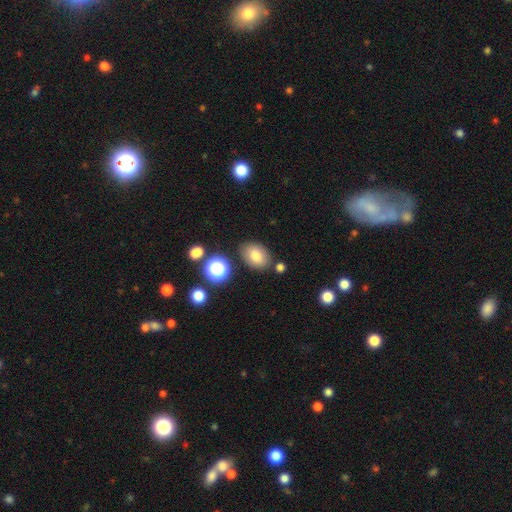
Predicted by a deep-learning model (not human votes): Smooth or featured? Predicted: smooth (p=0.79). How rounded? Predicted: in between (p=0.81). Merging? Predicted: none (p=0.79).